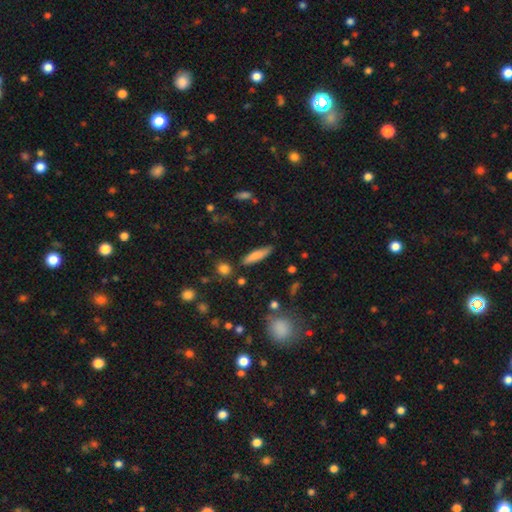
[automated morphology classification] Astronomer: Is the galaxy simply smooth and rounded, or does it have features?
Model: smooth — 77%.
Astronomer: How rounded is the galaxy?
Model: cigar-shaped — 74%.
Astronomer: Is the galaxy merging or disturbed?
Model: none — 83%.